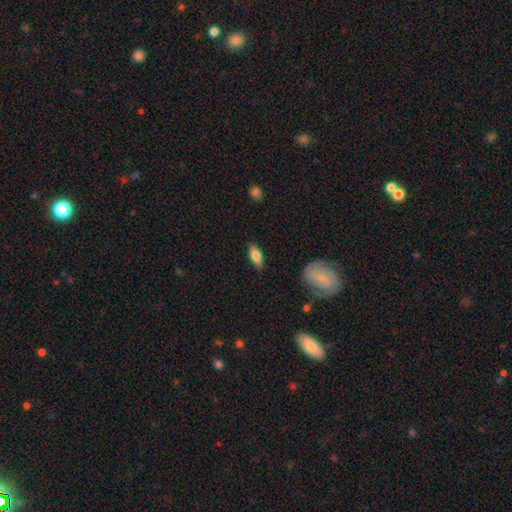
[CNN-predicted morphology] A smooth galaxy with no disk features (71%) that is in between round and cigar-shaped (74%). Merging: none (85%).